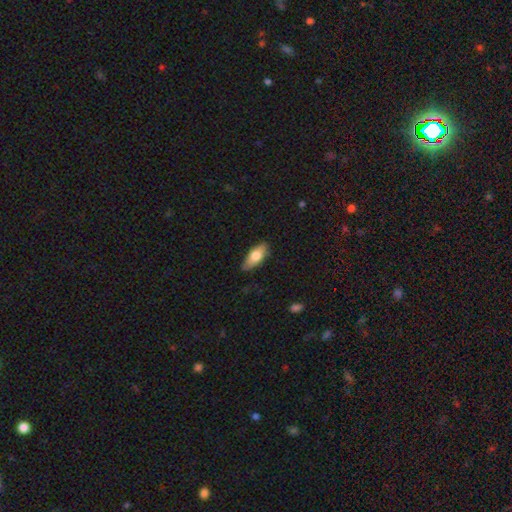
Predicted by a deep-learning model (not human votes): This is likely a smooth galaxy (74%). How rounded: likely in between (80%). Merging: clearly none (84%).